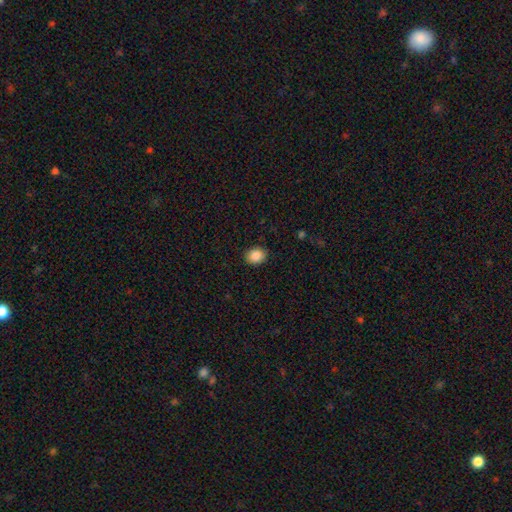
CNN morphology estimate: A smooth galaxy with no disk features (87%) that is round (54%).

Vote fractions:
- Smooth or featured? smooth: 87% / star or artifact: 9% / featured or disk: 4%
- How rounded? round: 54% / in between: 46% / cigar-shaped: 1%
- Merging? none: 89% / minor disturbance: 8% / major disturbance: 2% / merger: 1%